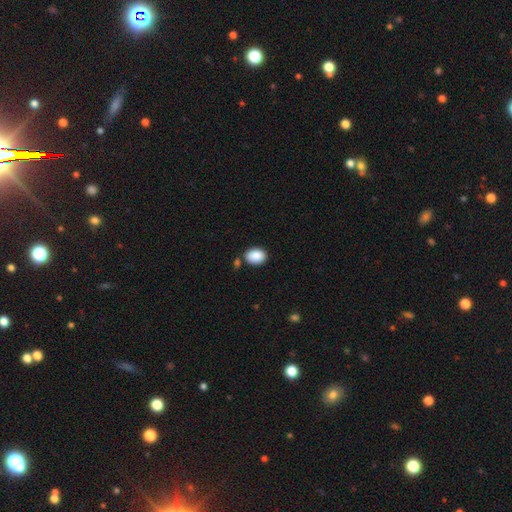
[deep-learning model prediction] Smooth or featured? smooth (88%)
How rounded? in between (69%)
Merging? none (77%)